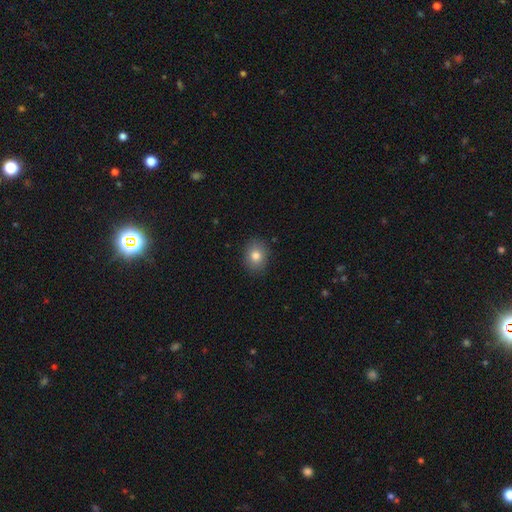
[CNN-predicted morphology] Q: Smooth or featured?
A: smooth (80%); runner-up: star or artifact (11%)
Q: How rounded?
A: round (56%); runner-up: in between (43%)
Q: Merging?
A: none (88%); runner-up: minor disturbance (8%)